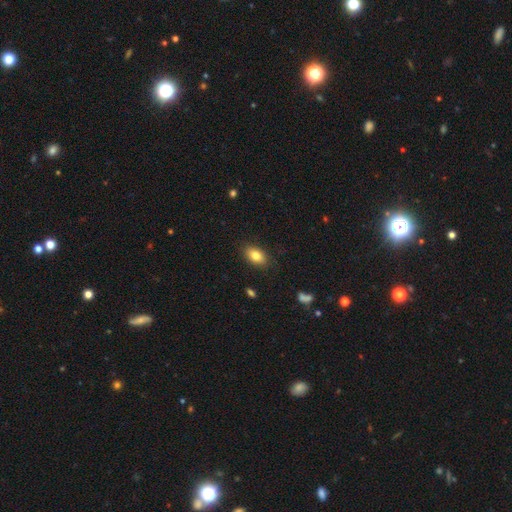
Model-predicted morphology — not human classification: Smooth or featured? smooth (82%)
How rounded? in between (88%)
Merging? none (86%)